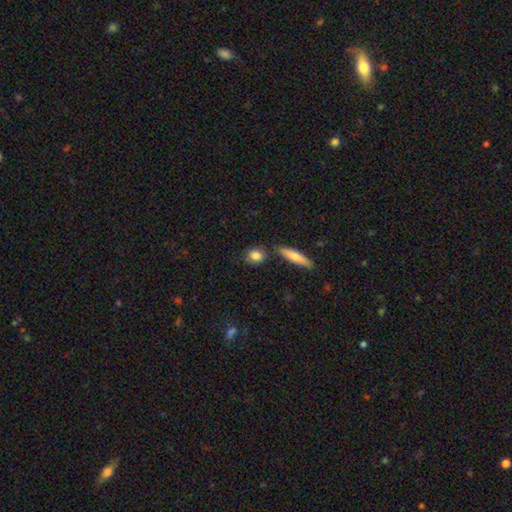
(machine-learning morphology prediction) smooth-or-featured: smooth: 83% | featured or disk: 10% | star or artifact: 7%
  how-rounded: in between: 48% | round: 43% | cigar-shaped: 9%
  merging: none: 72% | minor disturbance: 14% | merger: 10% | major disturbance: 4%